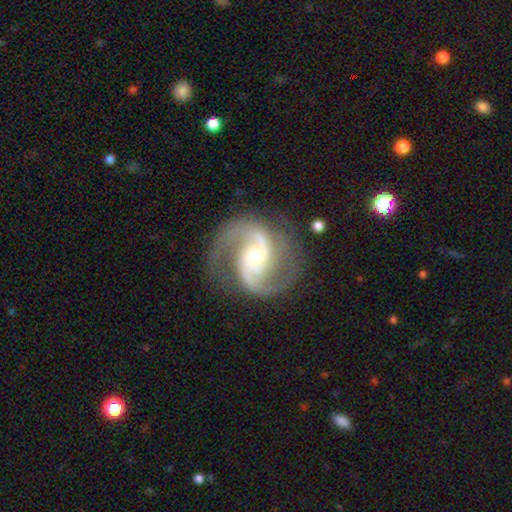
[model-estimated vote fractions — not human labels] Overall: featured or disk (92%). Edge-on disk: no (98%). Bar: no (47%; weak 36%). Spiral arms: yes (98%). Spiral arm count: 2 (89%). Spiral winding: medium (61%; loose 25%). Bulge size: moderate (47%; small 46%). Merging: none (79%).